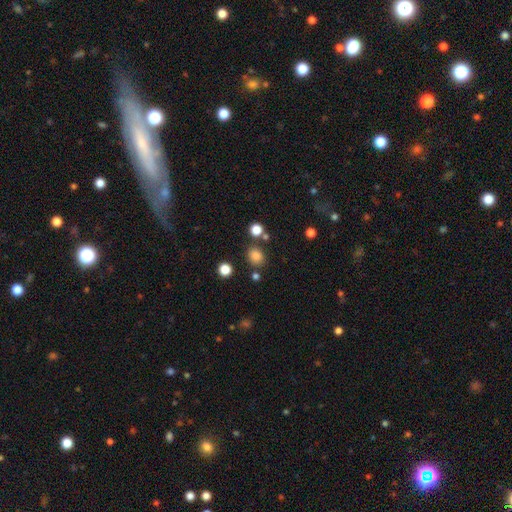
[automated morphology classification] Smooth or featured? smooth (82%)
How rounded? round (60%)
Merging? none (78%)